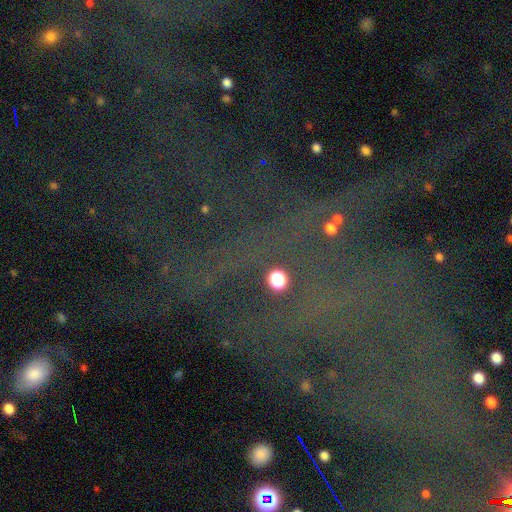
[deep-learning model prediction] smooth_or_featured: star or artifact (p=0.75) [alt: featured or disk p=0.14]